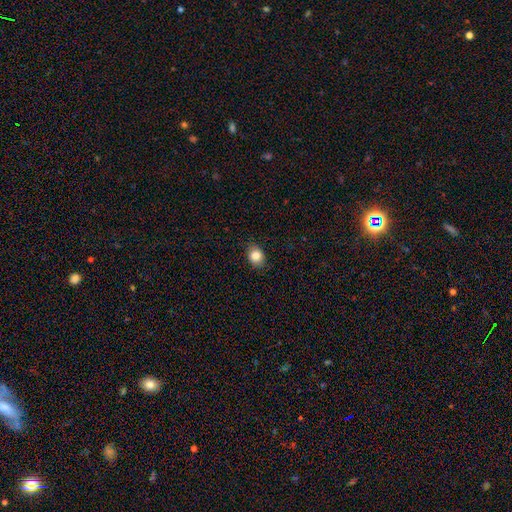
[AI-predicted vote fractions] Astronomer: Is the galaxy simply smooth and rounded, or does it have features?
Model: smooth — 84%.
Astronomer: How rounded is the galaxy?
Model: in between — 50% (runner-up: round, 49%).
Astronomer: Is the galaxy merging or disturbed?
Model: none — 87%.